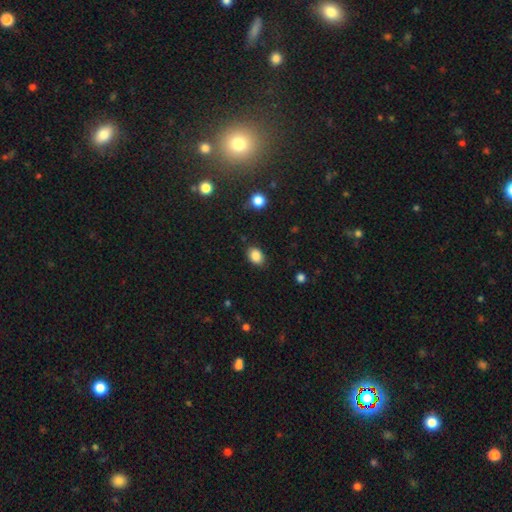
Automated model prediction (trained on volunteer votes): Q: Smooth or featured?
A: smooth (87%); runner-up: star or artifact (9%)
Q: How rounded?
A: in between (72%); runner-up: round (27%)
Q: Merging?
A: none (86%); runner-up: minor disturbance (11%)